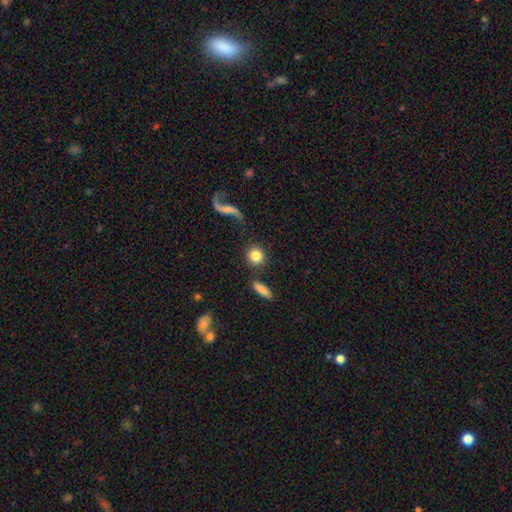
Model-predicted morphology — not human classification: Smooth or featured: smooth — 82% (featured or disk — 10%)
How rounded: round — 88% (in between — 9%)
Merging: none — 82% (minor disturbance — 8%)